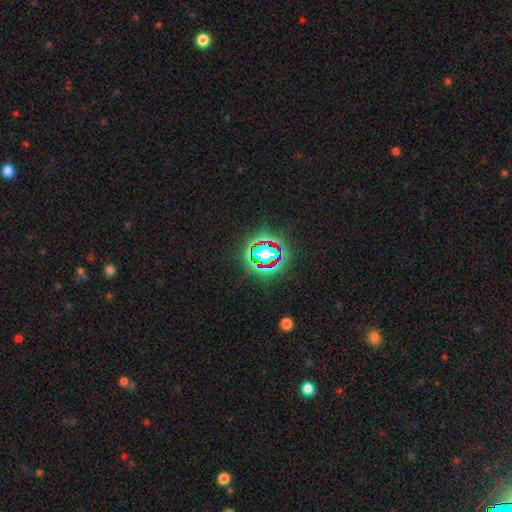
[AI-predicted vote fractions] The model was most divided on "smooth or featured": star or artifact: 80%, smooth: 12%, featured or disk: 8%.